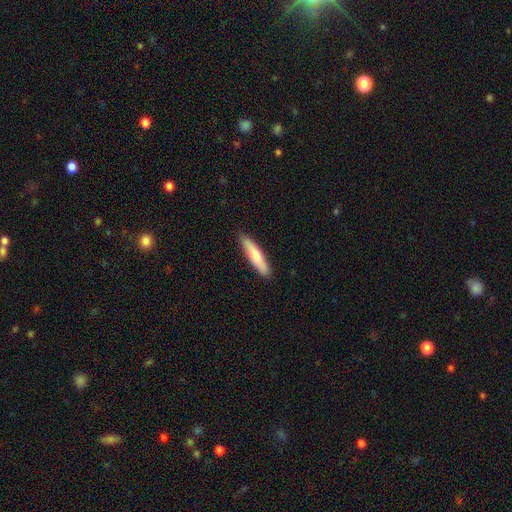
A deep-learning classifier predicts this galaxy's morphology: type=smooth (75%); roundness=cigar-shaped (84%); merging=none (87%).